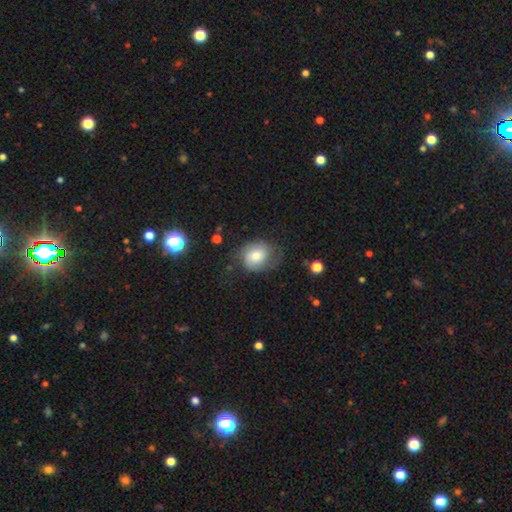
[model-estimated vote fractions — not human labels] This appears to be a smooth galaxy with no disk features (59%) that is round (51%). Merging: none (49%).